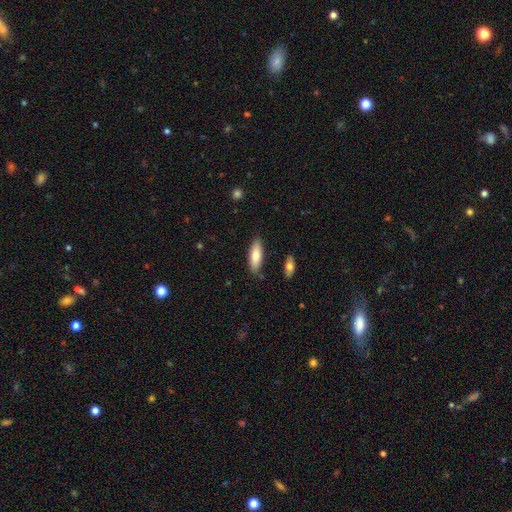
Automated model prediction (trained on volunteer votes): smooth-or-featured: smooth: 80% | featured or disk: 14% | star or artifact: 6%
  how-rounded: in between: 55% | cigar-shaped: 44% | round: 2%
  merging: none: 83% | minor disturbance: 12% | merger: 3% | major disturbance: 2%